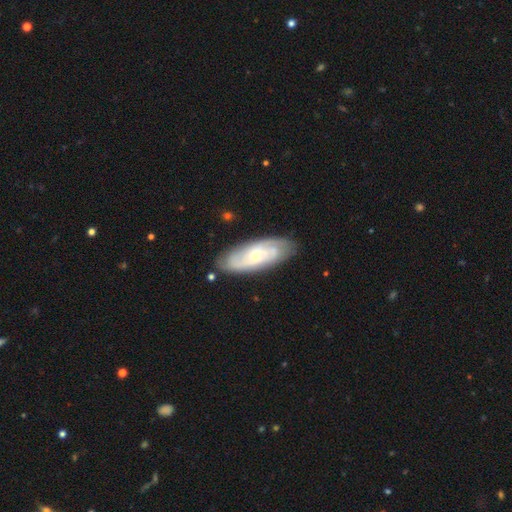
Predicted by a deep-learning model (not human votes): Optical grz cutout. It shows a featured or disk galaxy (71%) with no bar (69%), tight (55%) spiral arms (87%) and a small central bulge (54%). Merging: none (82%).